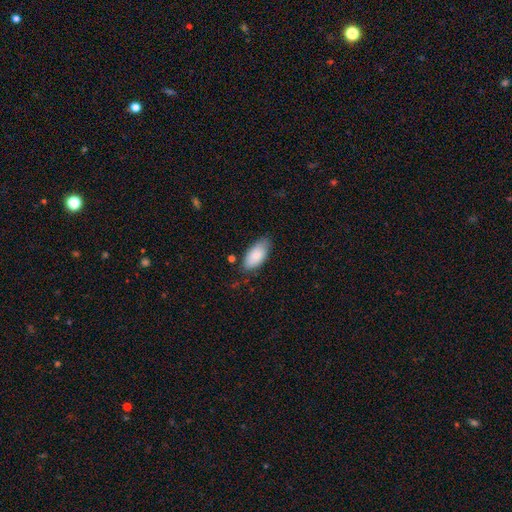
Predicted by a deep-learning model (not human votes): This appears to be a smooth galaxy with no disk features (85%) that is in between round and cigar-shaped (92%). Merging: none (73%).